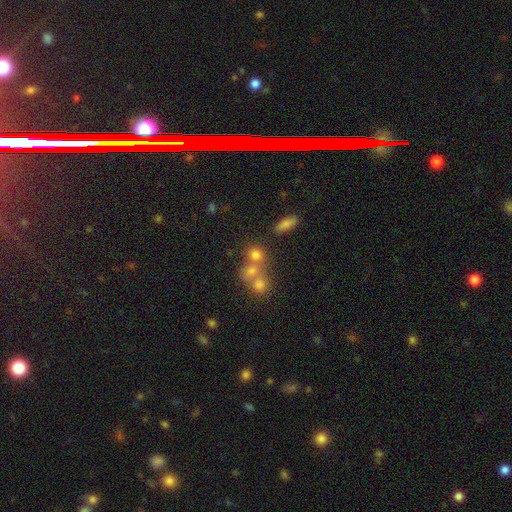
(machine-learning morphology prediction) This is likely a smooth galaxy (68%). How rounded: likely round (71%). Merging: possibly merger (46%).